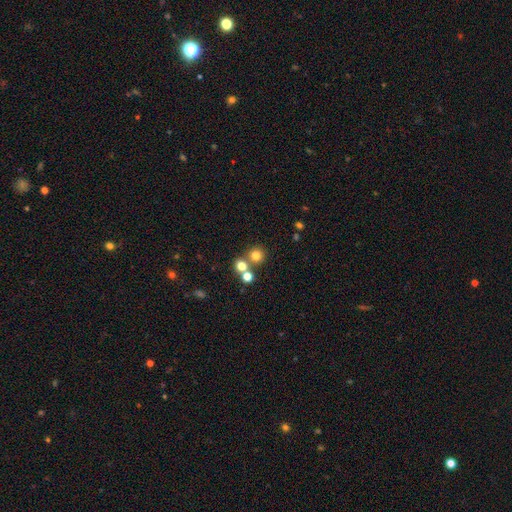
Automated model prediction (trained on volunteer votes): Smooth or featured? smooth (74%)
How rounded? round (91%)
Merging? none (67%)